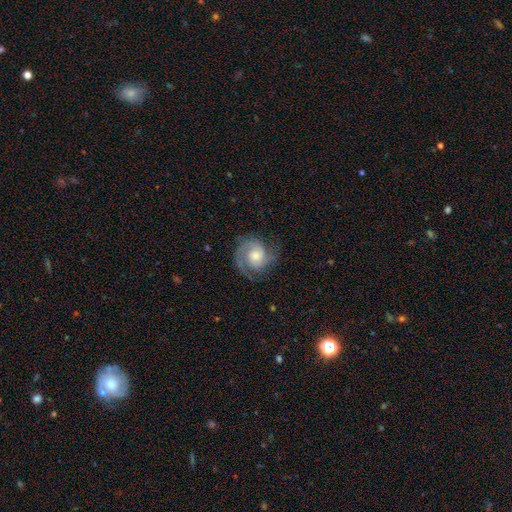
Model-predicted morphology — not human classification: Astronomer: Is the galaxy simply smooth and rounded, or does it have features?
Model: featured or disk — 81%.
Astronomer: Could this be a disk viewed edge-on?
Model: no — 98%.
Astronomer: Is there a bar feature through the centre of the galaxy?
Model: no — 71%.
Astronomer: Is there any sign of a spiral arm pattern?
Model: yes — 96%.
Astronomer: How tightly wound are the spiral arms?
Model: tight — 45% (runner-up: medium, 42%).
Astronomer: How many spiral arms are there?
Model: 2 — 59%.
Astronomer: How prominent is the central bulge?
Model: moderate — 51% (runner-up: small, 30%).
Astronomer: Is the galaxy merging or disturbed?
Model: none — 71%.